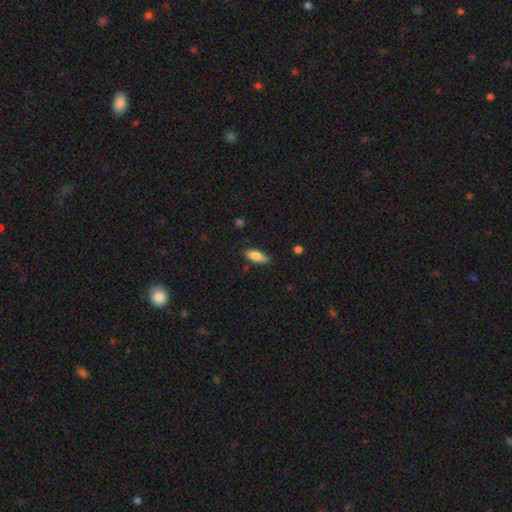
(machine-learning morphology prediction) The model was most divided on "merging": none: 72%, minor disturbance: 23%, major disturbance: 4%, merger: 2%. More confident: smooth or featured — smooth (83%); how rounded — in between (77%).